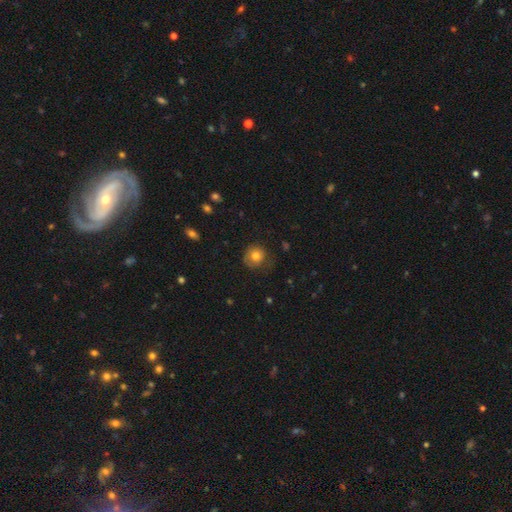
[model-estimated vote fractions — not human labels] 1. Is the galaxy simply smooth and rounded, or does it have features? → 76% smooth, 14% featured or disk, 10% star or artifact.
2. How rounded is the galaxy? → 88% round, 11% in between, 1% cigar-shaped.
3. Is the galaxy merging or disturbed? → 71% none, 20% minor disturbance, 8% major disturbance, 1% merger.